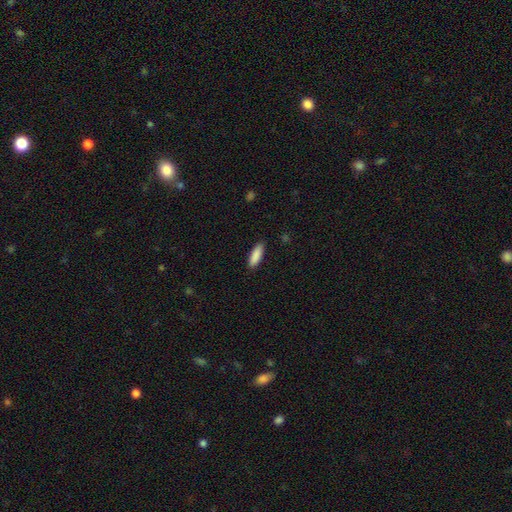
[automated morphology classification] smooth_or_featured: smooth (p=0.89) [alt: star or artifact p=0.06]
how_rounded: in between (p=0.54) [alt: cigar-shaped p=0.45]
merging: none (p=0.88) [alt: minor disturbance p=0.09]